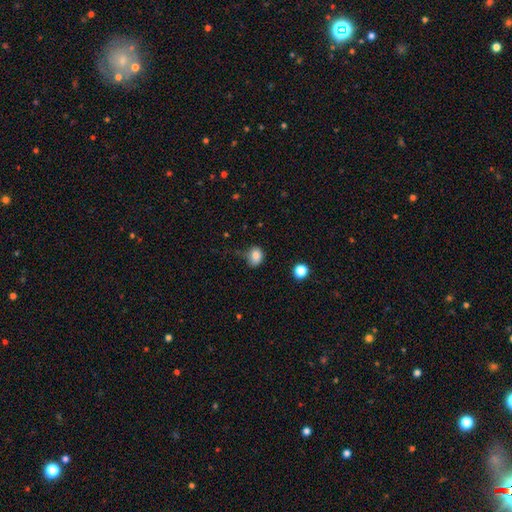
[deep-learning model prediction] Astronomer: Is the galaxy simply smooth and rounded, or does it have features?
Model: smooth — 83%.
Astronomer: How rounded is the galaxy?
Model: round — 53% (runner-up: in between, 46%).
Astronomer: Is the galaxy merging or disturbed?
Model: none — 54% (runner-up: minor disturbance, 33%).